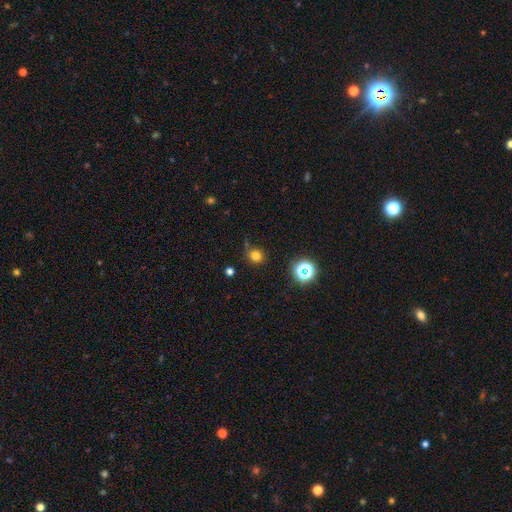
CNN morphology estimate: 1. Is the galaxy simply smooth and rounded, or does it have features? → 75% smooth, 18% star or artifact, 6% featured or disk.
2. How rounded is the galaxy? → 81% round, 18% in between, 1% cigar-shaped.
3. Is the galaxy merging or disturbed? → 68% none, 21% minor disturbance, 8% major disturbance, 4% merger.